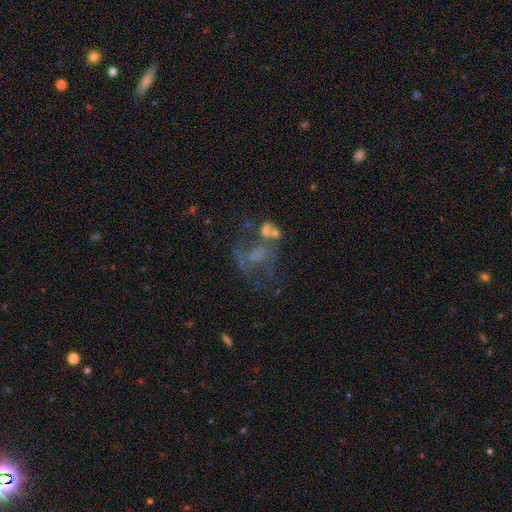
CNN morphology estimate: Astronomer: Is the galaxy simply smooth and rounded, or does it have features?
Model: featured or disk — 55%.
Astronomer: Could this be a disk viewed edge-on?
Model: no — 97%.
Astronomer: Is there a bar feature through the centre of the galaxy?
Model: no — 74%.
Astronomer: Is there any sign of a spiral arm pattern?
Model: no — 71%.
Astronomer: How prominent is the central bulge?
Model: none — 56%.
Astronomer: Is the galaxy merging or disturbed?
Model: none — 34% (runner-up: major disturbance, 32%).